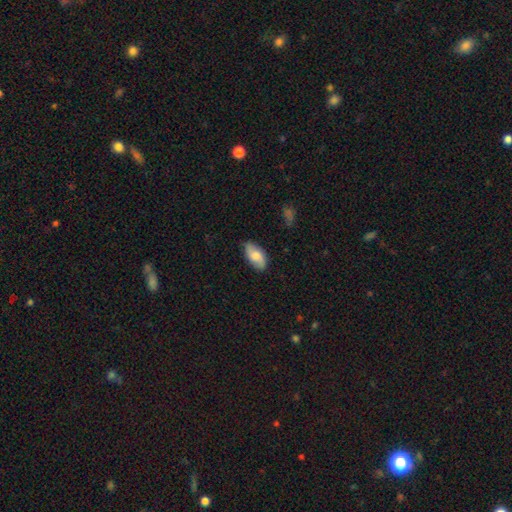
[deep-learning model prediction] A smooth galaxy with no disk features (65%) that is in between round and cigar-shaped (93%).

Vote fractions:
- Smooth or featured? smooth: 65% / featured or disk: 28% / star or artifact: 7%
- How rounded? in between: 93% / cigar-shaped: 4% / round: 3%
- Merging? none: 78% / minor disturbance: 18% / major disturbance: 3% / merger: 1%